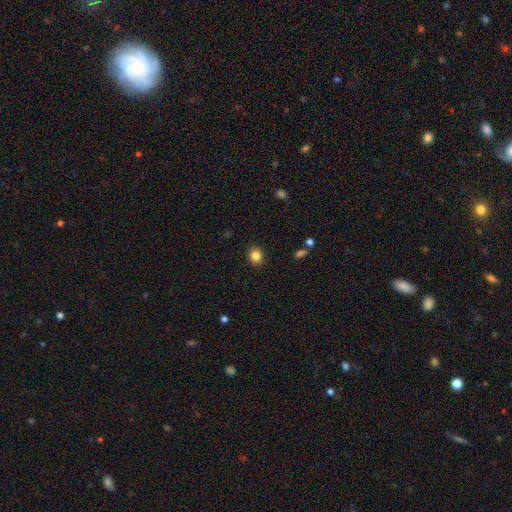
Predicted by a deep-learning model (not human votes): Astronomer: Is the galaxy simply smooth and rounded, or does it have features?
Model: smooth — 84%.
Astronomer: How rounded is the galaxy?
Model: round — 72%.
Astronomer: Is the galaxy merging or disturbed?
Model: none — 90%.